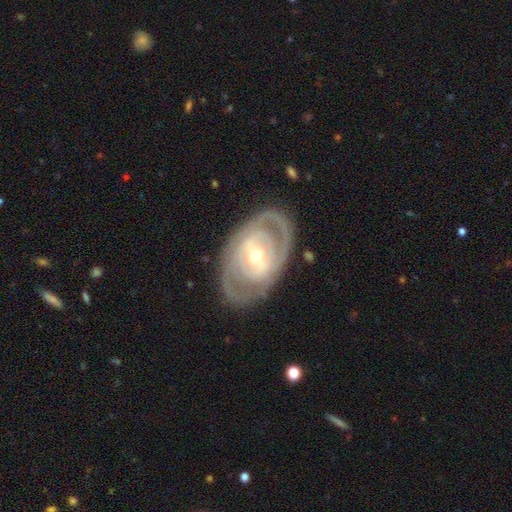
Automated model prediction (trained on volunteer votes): Smooth or featured: featured or disk — 83% (smooth — 13%)
Edge-on disk: no — 94% (yes — 6%)
Bar: weak — 39% (no — 37%)
Spiral arms: yes — 76% (no — 24%)
Spiral winding: tight — 65% (medium — 27%)
Spiral arm count: 2 — 49% (can't tell — 31%)
Bulge size: moderate — 50% (small — 46%)
Merging: none — 78% (minor disturbance — 14%)